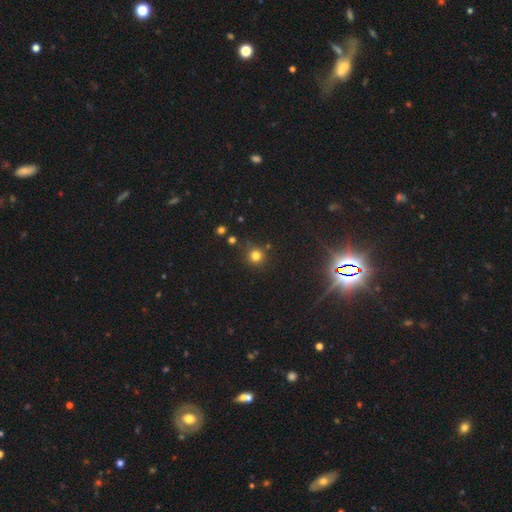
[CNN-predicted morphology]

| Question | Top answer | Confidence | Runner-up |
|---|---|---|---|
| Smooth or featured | smooth | 76% | star or artifact (18%) |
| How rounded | round | 93% | in between (6%) |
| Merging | none | 81% | minor disturbance (10%) |